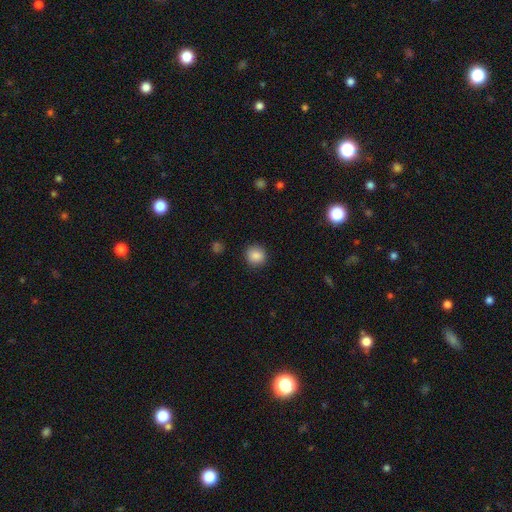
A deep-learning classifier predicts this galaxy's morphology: This appears to be a smooth galaxy with no disk features (87%) that is round (87%). Merging: none (90%).